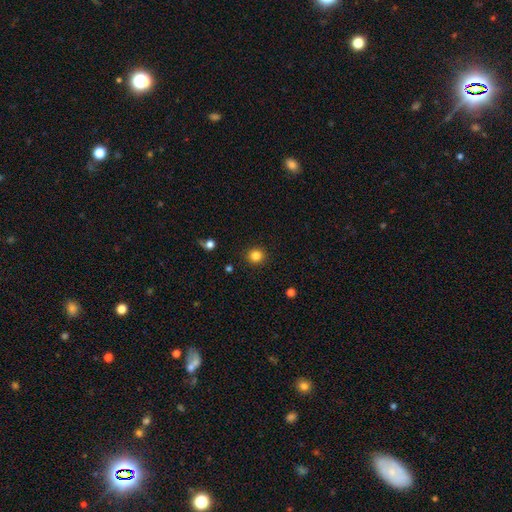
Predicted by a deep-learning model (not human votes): smooth_or_featured: smooth (p=0.84) [alt: star or artifact p=0.12]
how_rounded: round (p=0.93) [alt: in between p=0.06]
merging: none (p=0.92) [alt: minor disturbance p=0.05]